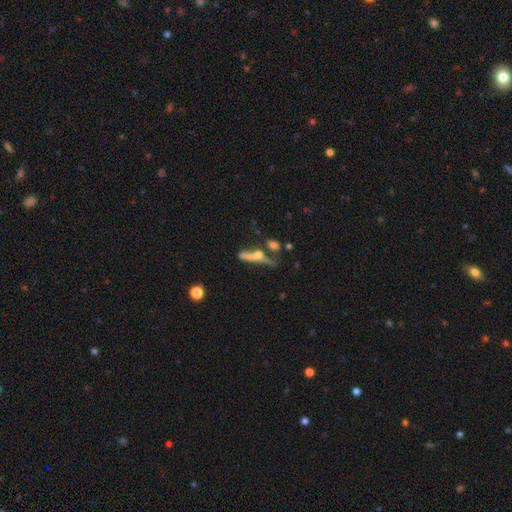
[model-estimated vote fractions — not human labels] Q: Smooth or featured?
A: featured or disk (50%); runner-up: smooth (39%)
Q: Merging?
A: none (42%); runner-up: merger (27%)